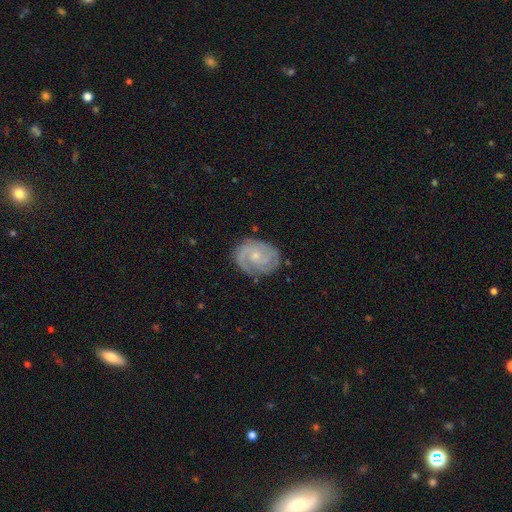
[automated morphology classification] A featured or disk galaxy (82%) with no bar (68%), 2 (47%) tight (59%) spiral arms (96%) and a small central bulge (67%).

Vote fractions:
- Smooth or featured? featured or disk: 82% / smooth: 12% / star or artifact: 6%
- Edge-on disk? no: 98% / yes: 2%
- Bar? no: 68% / weak: 28% / strong: 4%
- Spiral arms? yes: 96% / no: 4%
- Spiral winding? tight: 59% / medium: 33% / loose: 8%
- Spiral arm count? 2: 47% / 3: 20% / can't tell: 19% / 1: 5% / 4: 5% / more than 4: 4%
- Bulge size? small: 67% / moderate: 28% / none: 3% / large: 1% / dominant: 1%
- Merging? none: 77% / minor disturbance: 17% / major disturbance: 5% / merger: 1%